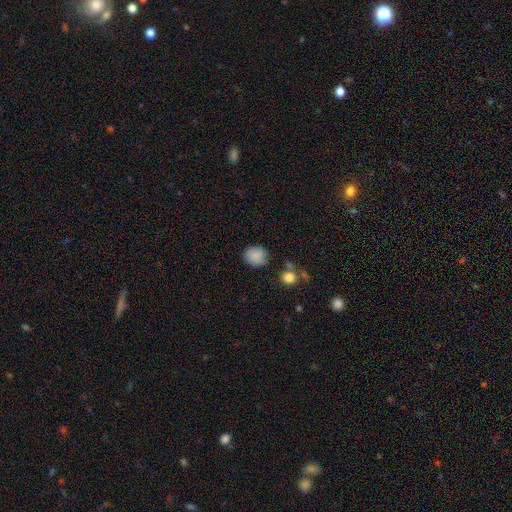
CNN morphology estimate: Smooth or featured? smooth (87%)
How rounded? round (80%)
Merging? none (81%)